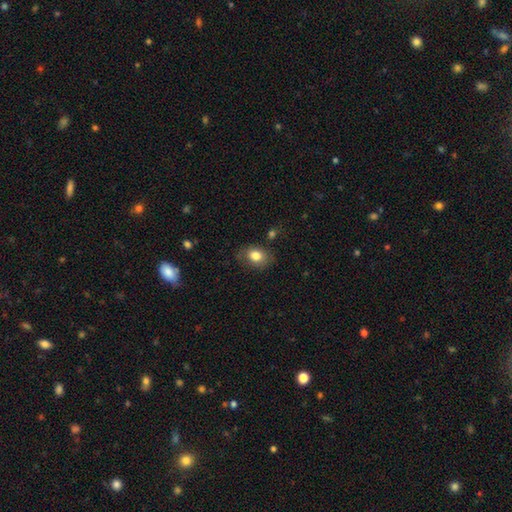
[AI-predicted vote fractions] Smooth or featured?
  - smooth: 81% *
  - featured or disk: 11%
  - star or artifact: 8%
How rounded?
  - in between: 68% *
  - round: 31%
  - cigar-shaped: 1%
Merging?
  - none: 75% *
  - minor disturbance: 17%
  - major disturbance: 5%
  - merger: 3%